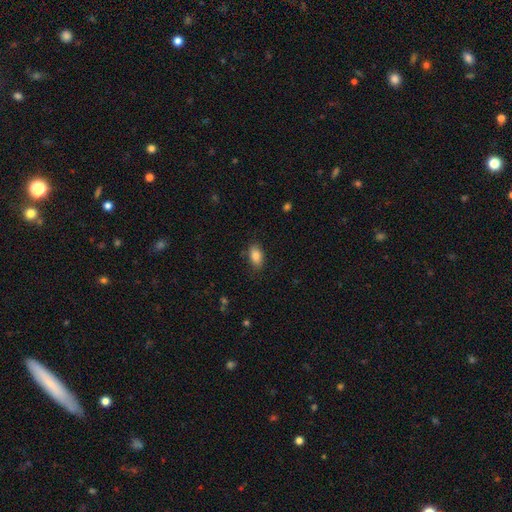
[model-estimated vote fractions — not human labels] Smooth or featured? Predicted: smooth (p=0.86). How rounded? Predicted: in between (p=0.91). Merging? Predicted: none (p=0.82).